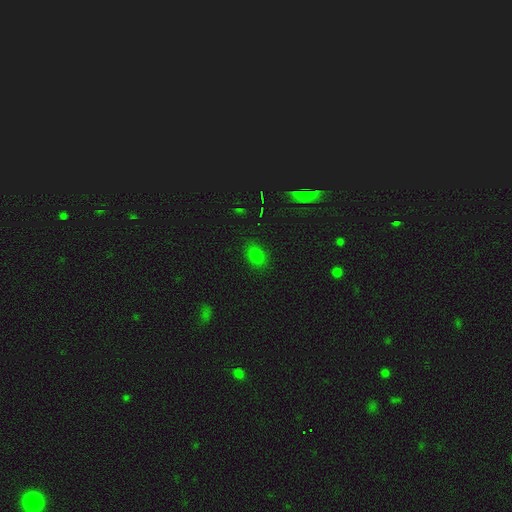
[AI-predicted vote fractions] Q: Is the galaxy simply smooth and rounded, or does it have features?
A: smooth — 75%.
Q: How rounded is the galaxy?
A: in between — 69%.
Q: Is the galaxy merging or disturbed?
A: none — 85%.